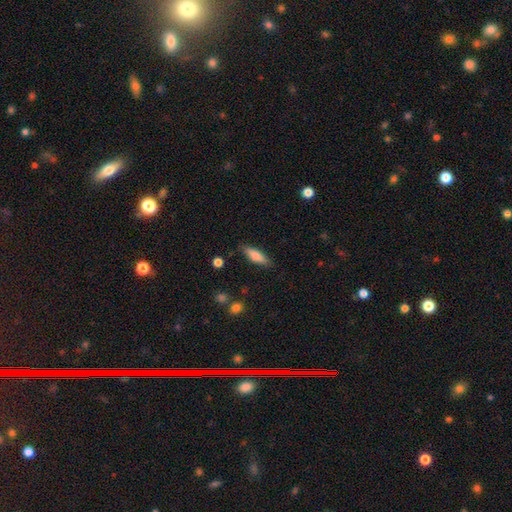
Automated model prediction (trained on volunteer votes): Smooth or featured?
  - smooth: 75% *
  - featured or disk: 19%
  - star or artifact: 6%
How rounded?
  - cigar-shaped: 54% *
  - in between: 44%
  - round: 2%
Merging?
  - none: 83% *
  - minor disturbance: 12%
  - major disturbance: 3%
  - merger: 2%